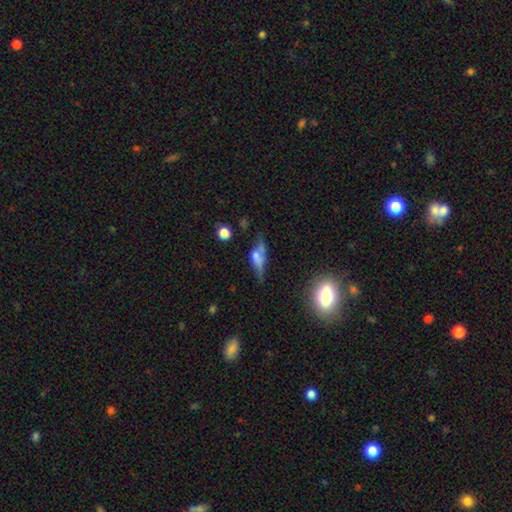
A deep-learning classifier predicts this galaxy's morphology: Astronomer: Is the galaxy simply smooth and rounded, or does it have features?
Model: smooth — 45% (runner-up: featured or disk, 43%).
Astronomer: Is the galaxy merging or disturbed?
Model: none — 39% (runner-up: minor disturbance, 29%).